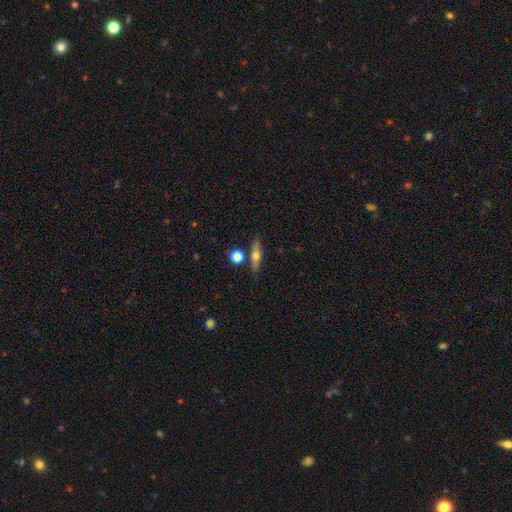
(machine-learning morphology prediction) Q: Smooth or featured?
A: smooth (46%); tied with: featured or disk (46%)
Q: Merging?
A: none (78%); runner-up: minor disturbance (11%)